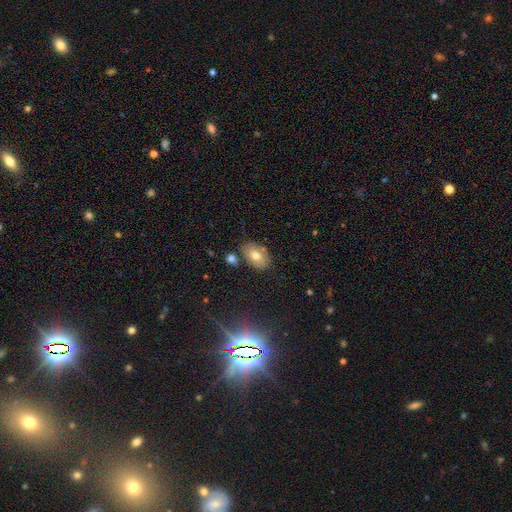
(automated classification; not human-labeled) smooth_or_featured: smooth (p=0.69) [alt: featured or disk p=0.21]
how_rounded: in between (p=0.87) [alt: round p=0.12]
merging: none (p=0.76) [alt: minor disturbance p=0.13]